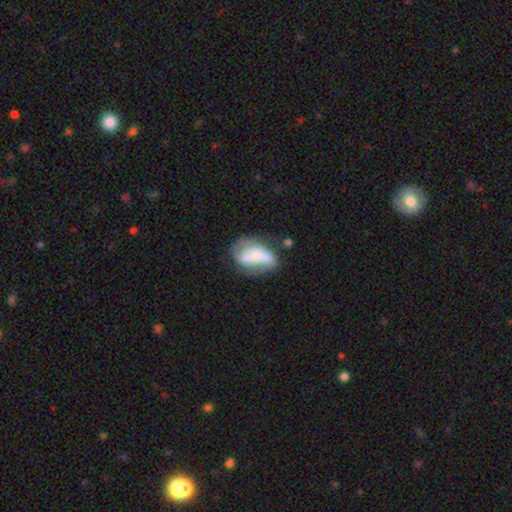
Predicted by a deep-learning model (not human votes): Smooth or featured?
  - featured or disk: 53% *
  - smooth: 39%
  - star or artifact: 8%
Edge-on disk?
  - no: 96% *
  - yes: 4%
Bar?
  - no: 60% *
  - weak: 23%
  - strong: 16%
Spiral arms?
  - yes: 53% *
  - no: 47%
Bulge size?
  - small: 29% *
  - none: 27%
  - moderate: 22%
  - large: 16%
  - dominant: 5%
Merging?
  - none: 37% *
  - minor disturbance: 25%
  - major disturbance: 21%
  - merger: 16%